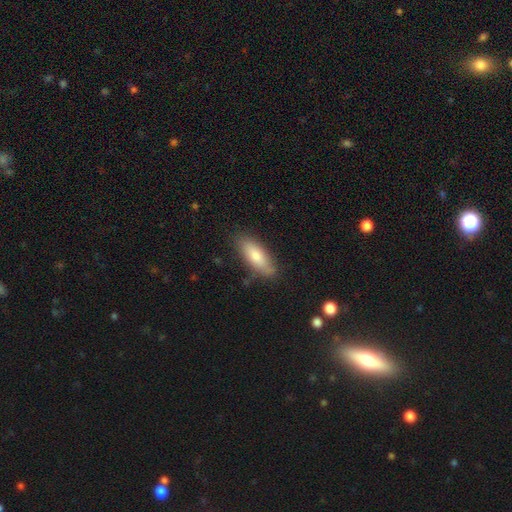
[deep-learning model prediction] Q: Smooth or featured?
A: smooth (70%); runner-up: featured or disk (19%)
Q: How rounded?
A: in between (60%); runner-up: cigar-shaped (38%)
Q: Merging?
A: none (82%); runner-up: minor disturbance (13%)